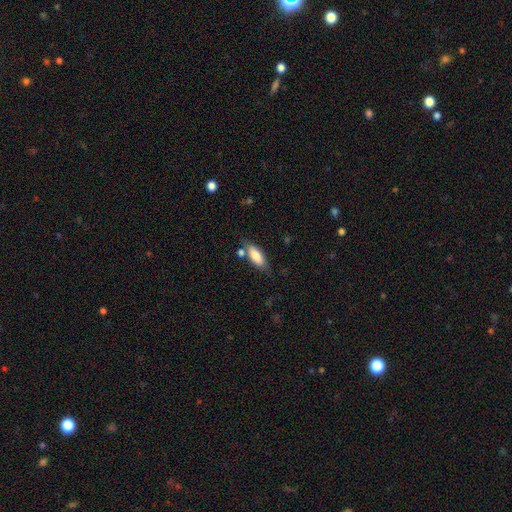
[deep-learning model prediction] A smooth galaxy with no disk features (81%) that is in between round and cigar-shaped (74%). Merging: none (68%).